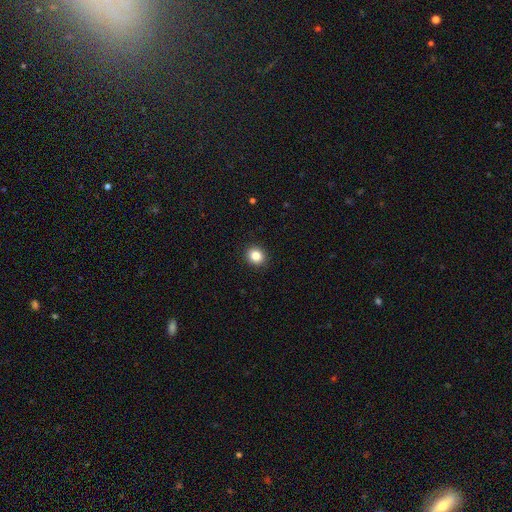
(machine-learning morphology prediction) This is clearly a smooth galaxy (85%). How rounded: clearly round (81%). Merging: clearly none (92%).